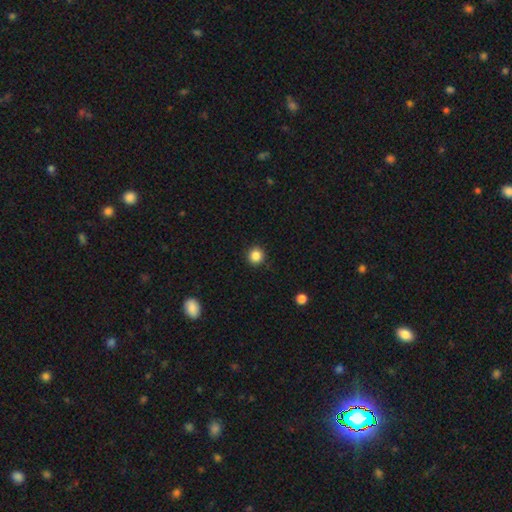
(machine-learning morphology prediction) A smooth galaxy with no disk features (86%) that is round (94%).

Vote fractions:
- Smooth or featured? smooth: 86% / star or artifact: 11% / featured or disk: 4%
- How rounded? round: 94% / in between: 5% / cigar-shaped: 1%
- Merging? none: 92% / minor disturbance: 5% / major disturbance: 2% / merger: 1%